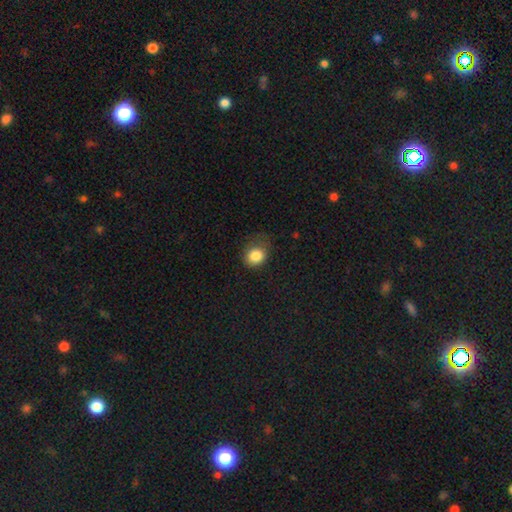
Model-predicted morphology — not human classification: Smooth or featured? Predicted: smooth (p=0.84). How rounded? Predicted: round (p=0.58). Merging? Predicted: none (p=0.57).